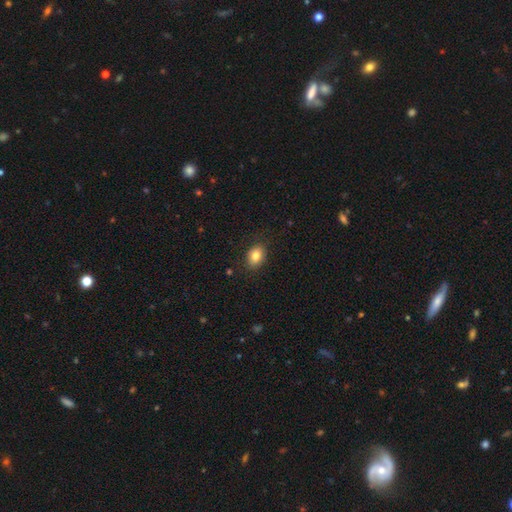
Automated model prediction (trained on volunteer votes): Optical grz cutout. It shows a smooth galaxy with no disk features (83%) that is in between round and cigar-shaped (73%). Merging: none (86%).